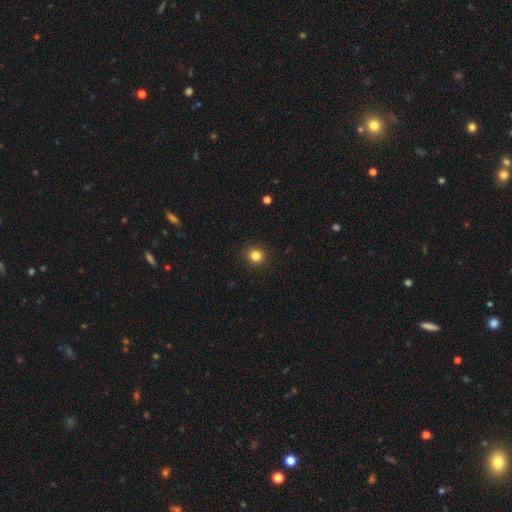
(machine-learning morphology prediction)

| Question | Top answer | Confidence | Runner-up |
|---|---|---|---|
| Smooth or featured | smooth | 83% | star or artifact (12%) |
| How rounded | round | 90% | in between (9%) |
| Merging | none | 91% | minor disturbance (6%) |